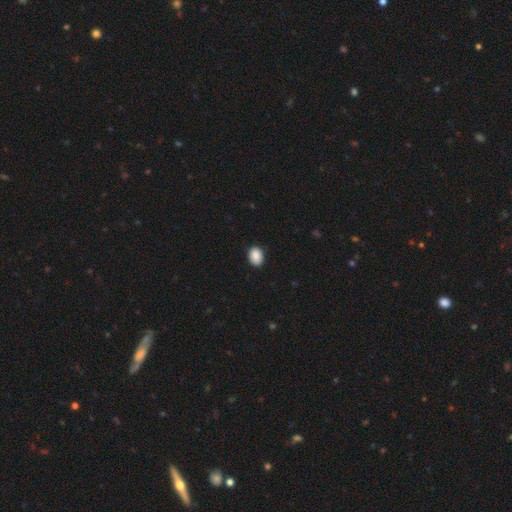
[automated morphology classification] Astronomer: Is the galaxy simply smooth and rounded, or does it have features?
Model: smooth — 88%.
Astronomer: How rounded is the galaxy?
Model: in between — 66%.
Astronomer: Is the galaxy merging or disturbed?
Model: none — 89%.